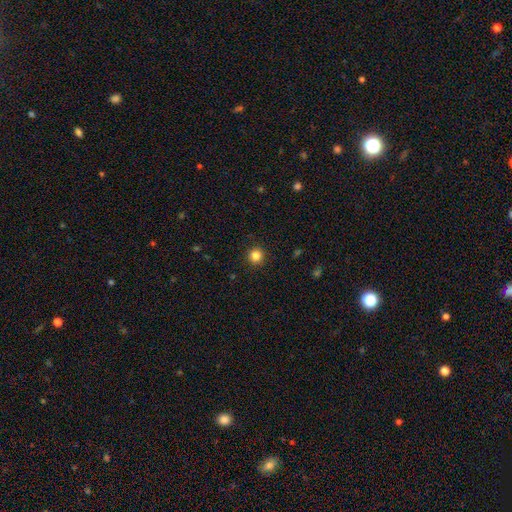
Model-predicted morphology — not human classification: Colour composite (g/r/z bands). It shows a smooth galaxy with no disk features (83%) that is round (95%). Merging: none (93%).